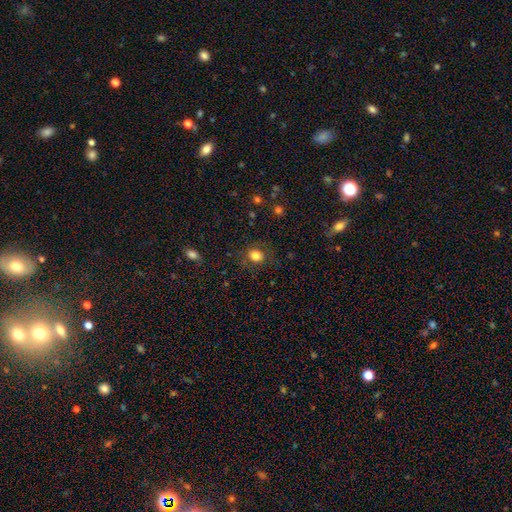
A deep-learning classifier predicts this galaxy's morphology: A smooth galaxy with no disk features (81%) that is round (60%).

Vote fractions:
- Smooth or featured? smooth: 81% / star or artifact: 11% / featured or disk: 7%
- How rounded? round: 60% / in between: 39% / cigar-shaped: 1%
- Merging? none: 79% / minor disturbance: 14% / major disturbance: 6% / merger: 1%